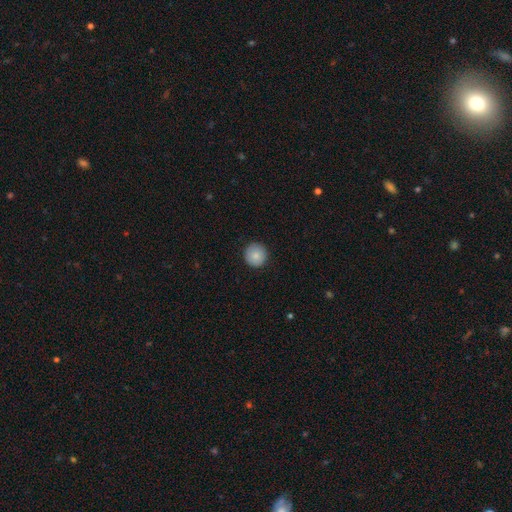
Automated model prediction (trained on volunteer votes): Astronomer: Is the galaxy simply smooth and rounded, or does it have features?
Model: smooth — 85%.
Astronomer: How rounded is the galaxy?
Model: round — 96%.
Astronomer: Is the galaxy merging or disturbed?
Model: none — 91%.